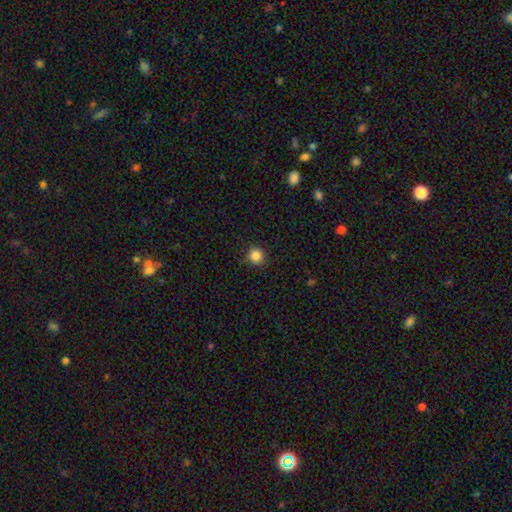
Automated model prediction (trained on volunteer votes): smooth 85%, star or artifact 11%, featured or disk 3%. Down the decision tree: how rounded — round (92%); merging — none (88%).